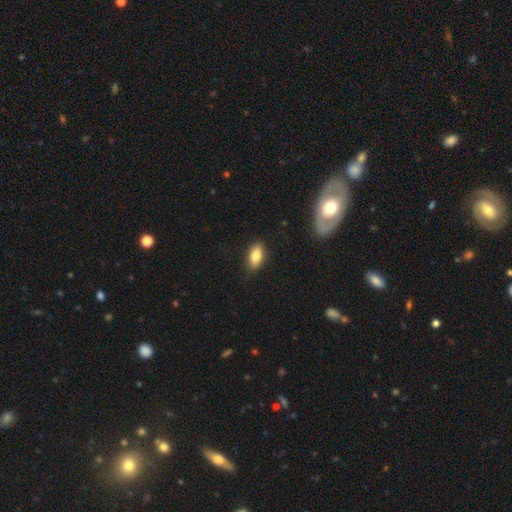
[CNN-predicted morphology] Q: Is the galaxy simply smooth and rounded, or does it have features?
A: smooth — 82%.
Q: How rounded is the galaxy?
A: in between — 88%.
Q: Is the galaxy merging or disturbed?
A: none — 84%.